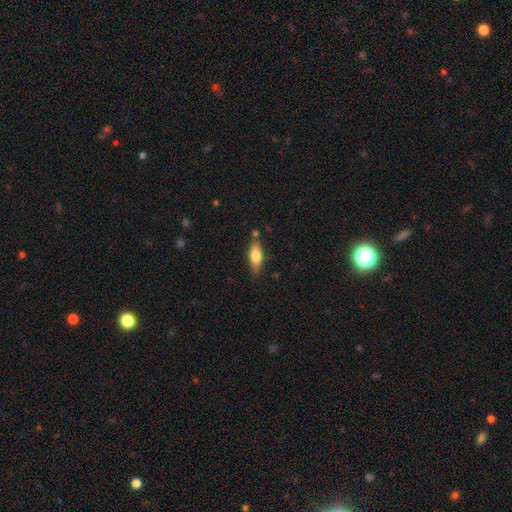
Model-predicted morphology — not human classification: This appears to be a smooth galaxy with no disk features (70%) that is in between round and cigar-shaped (70%). Merging: none (72%).